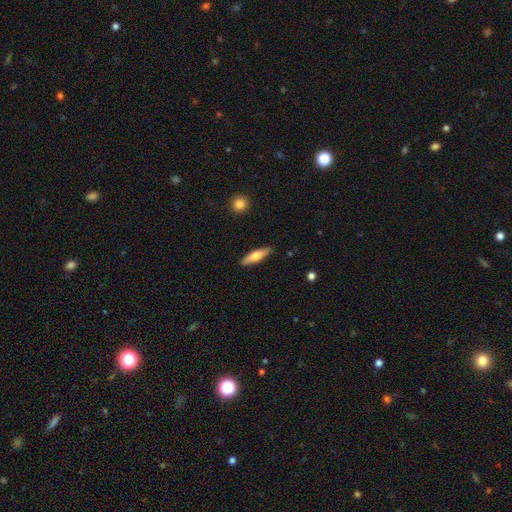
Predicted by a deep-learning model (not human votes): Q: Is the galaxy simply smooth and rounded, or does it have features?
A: smooth — 59%.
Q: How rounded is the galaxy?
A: cigar-shaped — 68%.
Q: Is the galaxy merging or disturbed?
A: none — 89%.